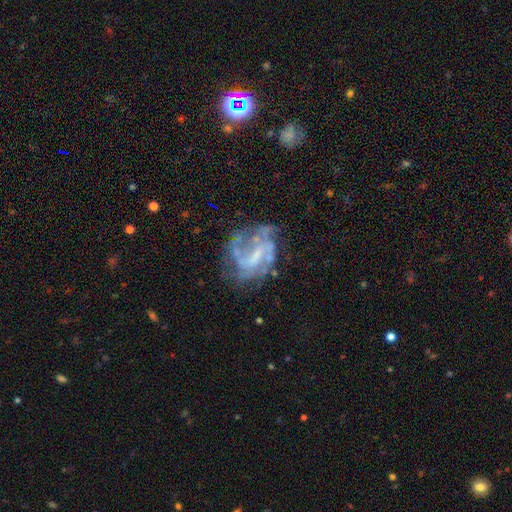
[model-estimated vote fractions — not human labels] Smooth or featured? Predicted: featured or disk (p=0.77). Edge-on disk? Predicted: no (p=0.98). Bar? Predicted: weak (p=0.45). Spiral arms? Predicted: yes (p=0.66). Bulge size? Predicted: none (p=0.43). Merging? Predicted: none (p=0.48).